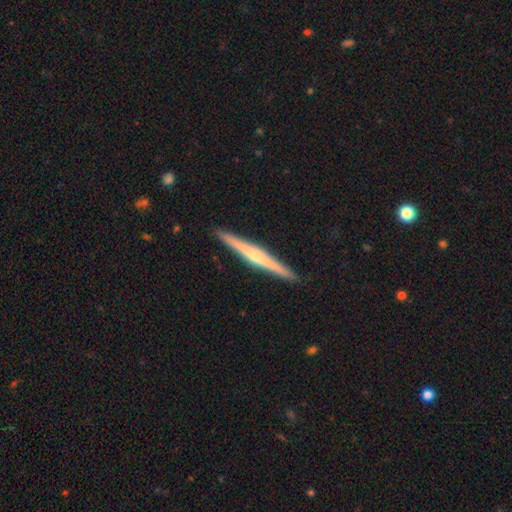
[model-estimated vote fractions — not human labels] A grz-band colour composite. It shows a featured or disk galaxy (71%) viewed edge-on (98%) with a rounded central bulge (68%). Merging: none (93%).